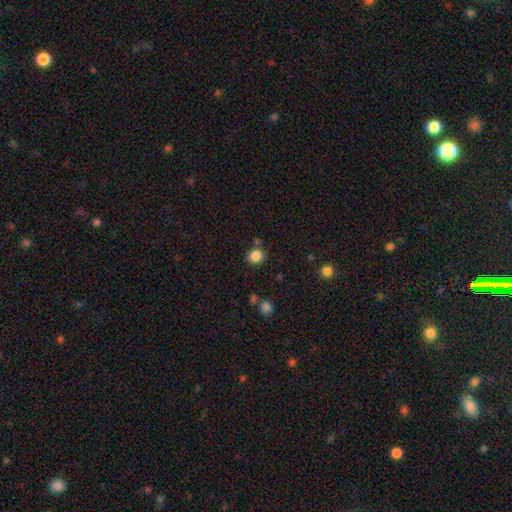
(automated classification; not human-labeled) smooth 85%, star or artifact 11%, featured or disk 4%. Down the decision tree: how rounded — round (77%); merging — none (80%).